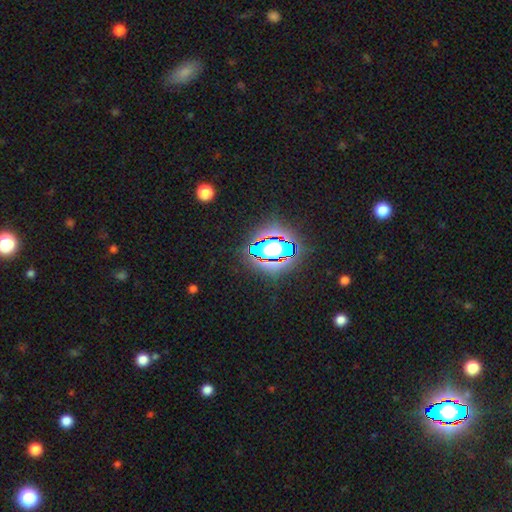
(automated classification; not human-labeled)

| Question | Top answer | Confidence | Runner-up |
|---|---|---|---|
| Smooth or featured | star or artifact | 70% | smooth (19%) |